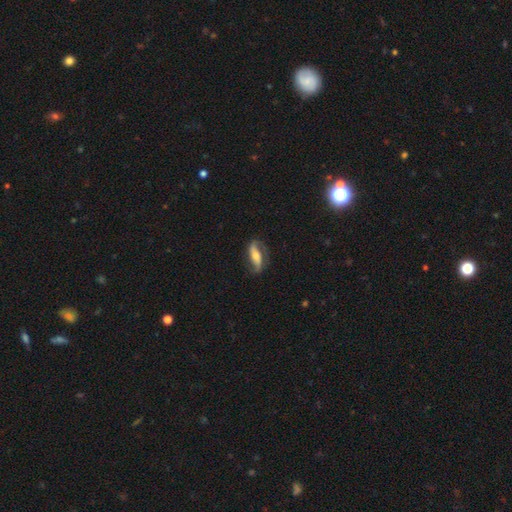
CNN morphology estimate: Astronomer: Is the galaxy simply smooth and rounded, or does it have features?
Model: featured or disk — 68%.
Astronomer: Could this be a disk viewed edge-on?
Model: no — 83%.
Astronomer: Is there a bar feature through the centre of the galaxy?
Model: strong — 41% (runner-up: no, 36%).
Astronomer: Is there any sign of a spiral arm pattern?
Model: yes — 88%.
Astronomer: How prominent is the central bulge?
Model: moderate — 55% (runner-up: small, 34%).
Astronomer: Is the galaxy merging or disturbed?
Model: none — 70%.